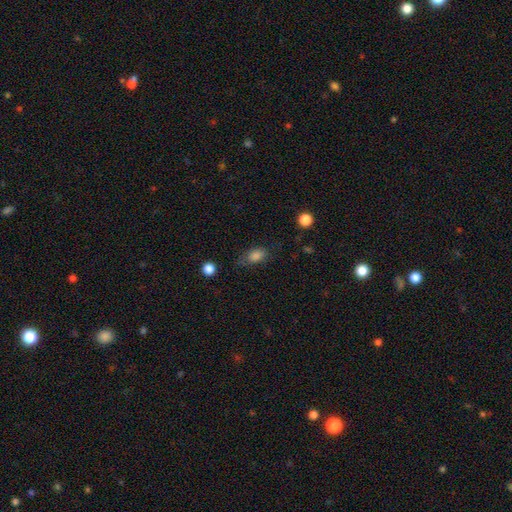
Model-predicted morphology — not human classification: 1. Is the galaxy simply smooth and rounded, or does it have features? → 82% smooth, 10% star or artifact, 8% featured or disk.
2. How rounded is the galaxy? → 86% in between, 10% round, 4% cigar-shaped.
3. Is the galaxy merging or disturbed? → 66% none, 24% minor disturbance, 8% major disturbance, 2% merger.